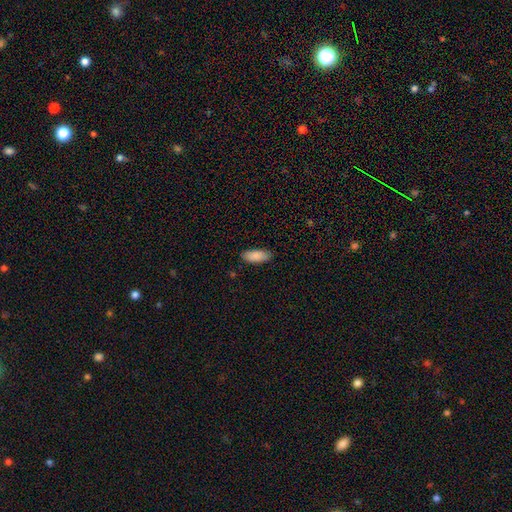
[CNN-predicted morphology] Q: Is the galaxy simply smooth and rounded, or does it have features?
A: smooth — 89%.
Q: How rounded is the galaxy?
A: in between — 82%.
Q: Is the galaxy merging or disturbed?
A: none — 86%.